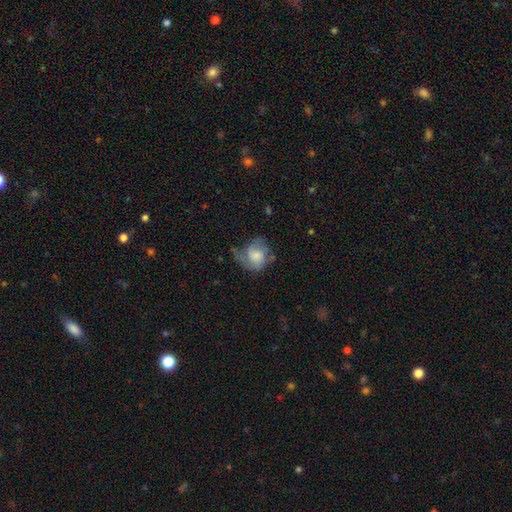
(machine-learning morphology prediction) The model was most divided on "smooth or featured": featured or disk: 48%, smooth: 44%, star or artifact: 8%. Remaining: merging — none (37%).